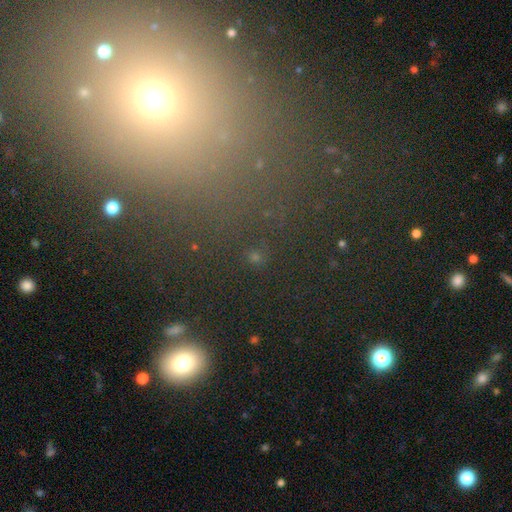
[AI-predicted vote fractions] The model was most divided on "smooth or featured": smooth: 48%, star or artifact: 43%, featured or disk: 10%. More confident: merging — none (80%).